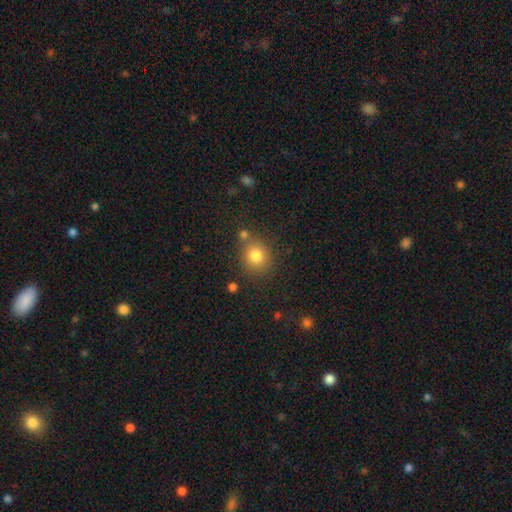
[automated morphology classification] smooth-or-featured: smooth: 81% | star or artifact: 11% | featured or disk: 7%
  how-rounded: round: 80% | in between: 19% | cigar-shaped: 1%
  merging: none: 72% | merger: 12% | minor disturbance: 12% | major disturbance: 4%